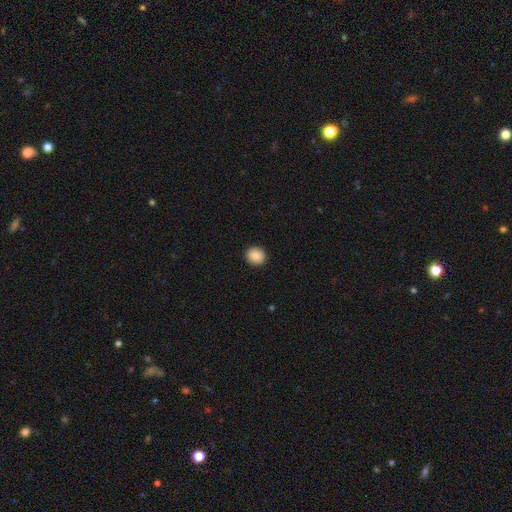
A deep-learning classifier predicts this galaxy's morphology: Q: Smooth or featured?
A: smooth (88%); runner-up: star or artifact (8%)
Q: How rounded?
A: round (85%); runner-up: in between (14%)
Q: Merging?
A: none (92%); runner-up: minor disturbance (5%)